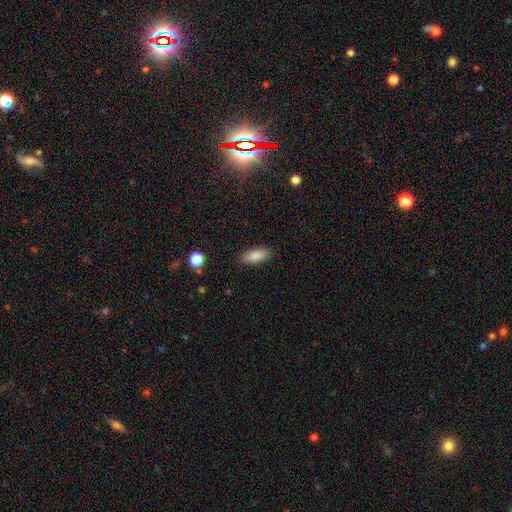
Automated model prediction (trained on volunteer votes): Overall: smooth (86%). How rounded: in between (79%). Merging: none (87%).